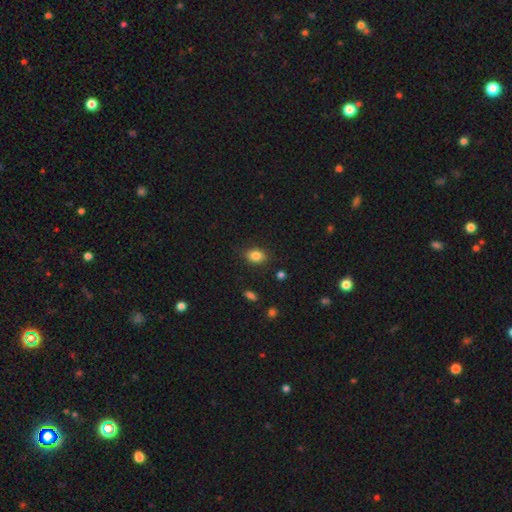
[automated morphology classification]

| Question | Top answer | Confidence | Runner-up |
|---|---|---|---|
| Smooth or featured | smooth | 84% | star or artifact (10%) |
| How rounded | in between | 72% | round (27%) |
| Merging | none | 85% | minor disturbance (11%) |